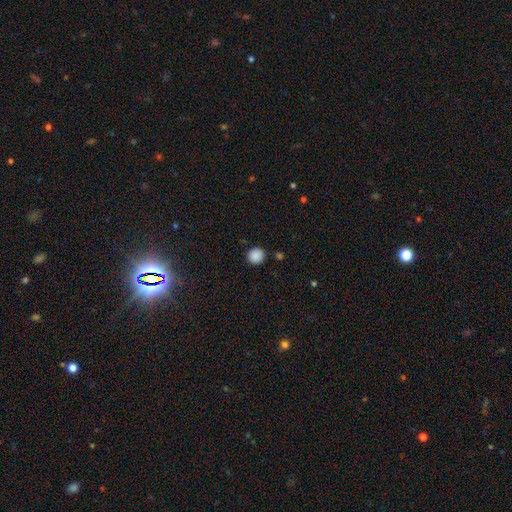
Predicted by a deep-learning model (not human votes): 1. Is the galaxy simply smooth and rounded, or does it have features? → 88% smooth, 10% star or artifact, 3% featured or disk.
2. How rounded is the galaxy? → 92% round, 7% in between, 1% cigar-shaped.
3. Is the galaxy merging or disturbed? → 88% none, 7% minor disturbance, 3% merger, 2% major disturbance.